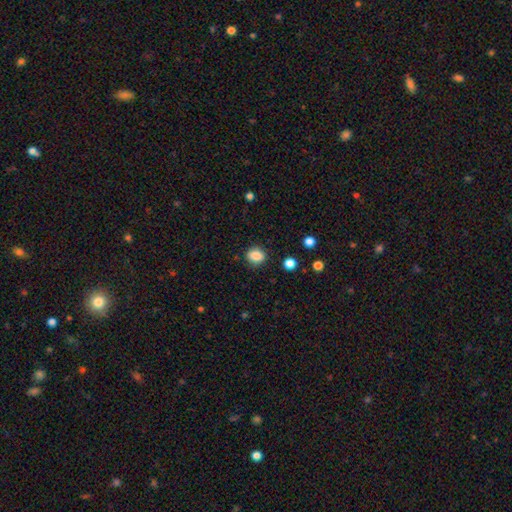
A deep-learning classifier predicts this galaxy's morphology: smooth_or_featured: smooth (p=0.86) [alt: star or artifact p=0.10]
how_rounded: round (p=0.58) [alt: in between p=0.41]
merging: none (p=0.87) [alt: minor disturbance p=0.09]